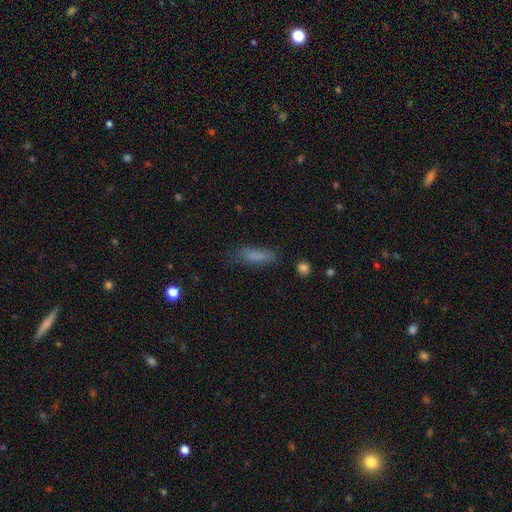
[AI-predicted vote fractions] smooth 79%, featured or disk 11%, star or artifact 10%. Down the decision tree: how rounded — cigar-shaped (55%); merging — none (68%).